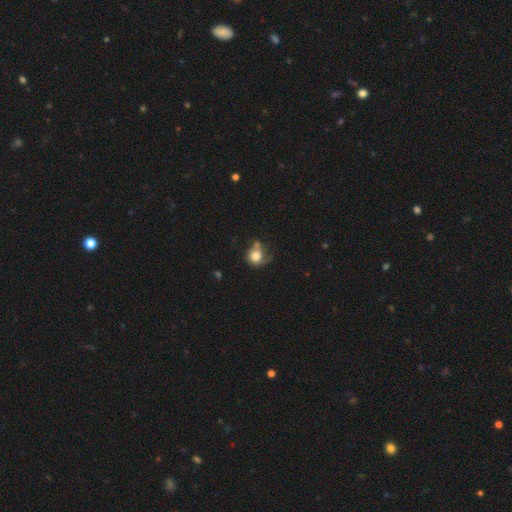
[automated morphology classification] Smooth or featured?
  - smooth: 75% *
  - featured or disk: 15%
  - star or artifact: 10%
How rounded?
  - round: 78% *
  - in between: 21%
  - cigar-shaped: 1%
Merging?
  - none: 39% *
  - minor disturbance: 26%
  - major disturbance: 18%
  - merger: 17%